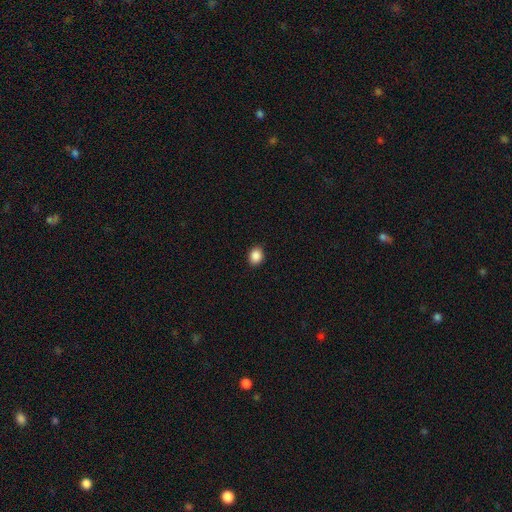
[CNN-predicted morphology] smooth-or-featured: smooth: 89% | star or artifact: 9% | featured or disk: 3%
  how-rounded: in between: 50% | round: 49% | cigar-shaped: 1%
  merging: none: 90% | minor disturbance: 7% | major disturbance: 2% | merger: 1%